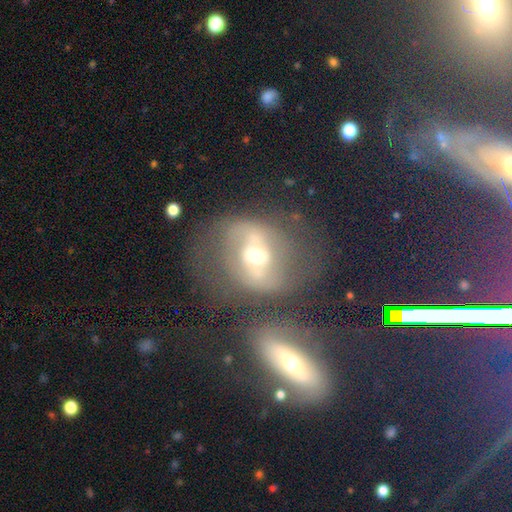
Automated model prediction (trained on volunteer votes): Morphology: type=featured or disk (73%); edge-on=no (94%); bar=strong (35%, tied with weak); spiral arms=yes (74%); winding=medium (44%); arm count=2 (82%); bulge=moderate (58%); merging=none (44%).